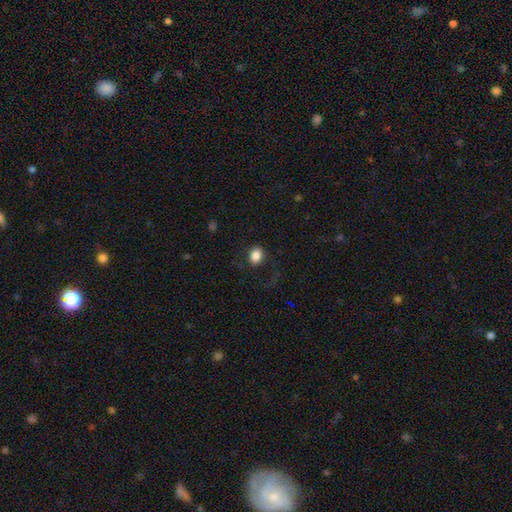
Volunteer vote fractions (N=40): Smooth or featured: smooth — 75% (featured or disk — 15%)
How rounded: round — 57% (in between — 43%)
Merging: none — 67% (minor disturbance — 19%)